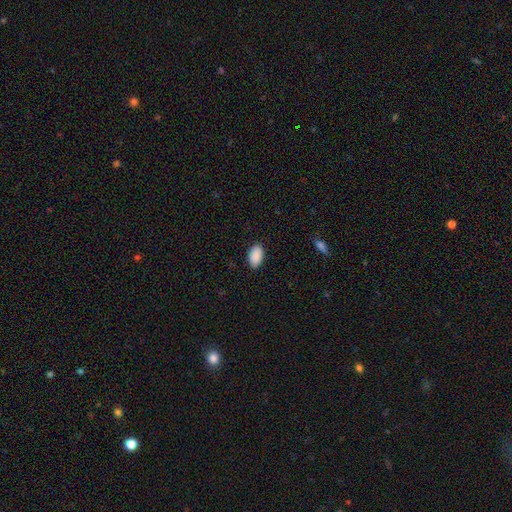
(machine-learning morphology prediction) This is clearly a smooth galaxy (91%). How rounded: clearly in between (94%). Merging: clearly none (88%).